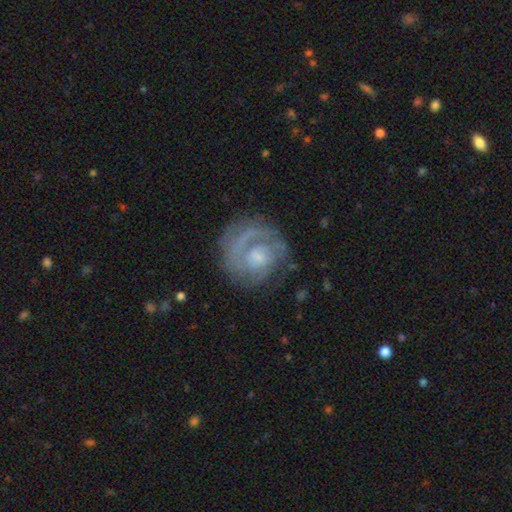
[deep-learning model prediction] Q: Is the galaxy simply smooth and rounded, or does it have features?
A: featured or disk — 73%.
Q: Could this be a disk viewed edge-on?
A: no — 98%.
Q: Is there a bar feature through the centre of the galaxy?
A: no — 69%.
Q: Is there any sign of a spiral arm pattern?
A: yes — 84%.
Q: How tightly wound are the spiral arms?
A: tight — 56%.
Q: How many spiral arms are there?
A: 1 — 60%.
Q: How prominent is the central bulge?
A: moderate — 36%.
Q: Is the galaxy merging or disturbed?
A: none — 64%.